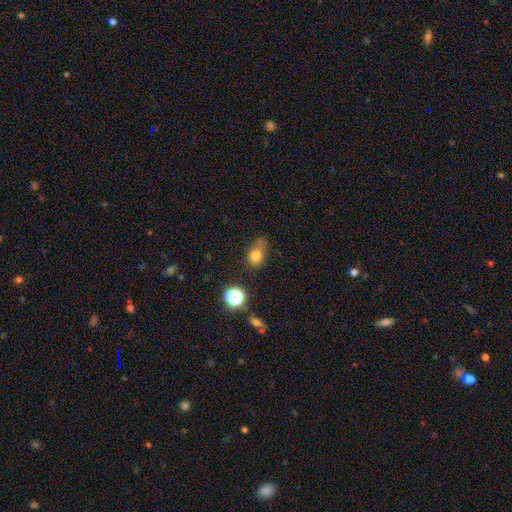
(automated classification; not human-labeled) A smooth galaxy with no disk features (76%) that is in between round and cigar-shaped (61%).

Vote fractions:
- Smooth or featured? smooth: 76% / star or artifact: 14% / featured or disk: 10%
- How rounded? in between: 61% / round: 37% / cigar-shaped: 2%
- Merging? none: 44% / minor disturbance: 35% / major disturbance: 15% / merger: 5%